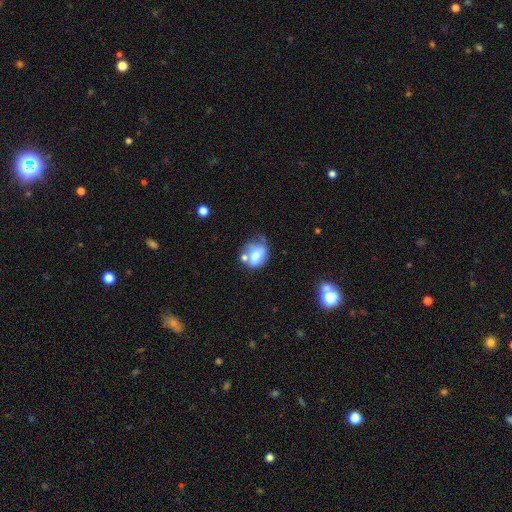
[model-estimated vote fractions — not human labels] smooth-or-featured: smooth: 65% | featured or disk: 25% | star or artifact: 10%
  how-rounded: in between: 58% | round: 40% | cigar-shaped: 2%
  merging: none: 34% | merger: 28% | minor disturbance: 25% | major disturbance: 13%